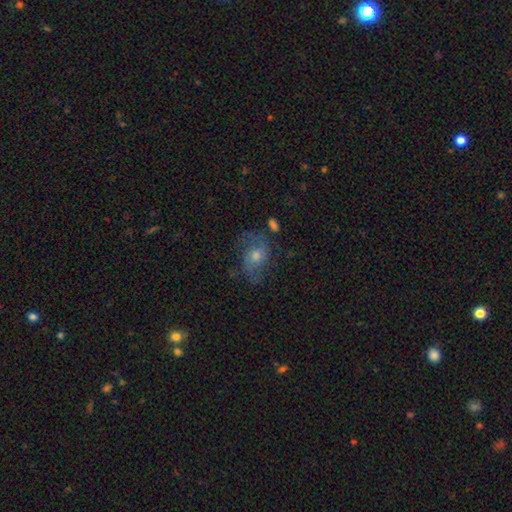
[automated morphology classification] A featured or disk galaxy (64%) with no bar (65%), 2 (83%) loose (45%) spiral arms (86%) and a moderate central bulge (57%).

Vote fractions:
- Smooth or featured? featured or disk: 64% / smooth: 22% / star or artifact: 14%
- Edge-on disk? no: 96% / yes: 4%
- Bar? no: 65% / weak: 29% / strong: 6%
- Spiral arms? yes: 86% / no: 14%
- Spiral winding? loose: 45% / medium: 42% / tight: 13%
- Spiral arm count? 2: 83% / can't tell: 9% / 1: 3% / 3: 2% / 4: 1% / more than 4: 1%
- Bulge size? moderate: 57% / small: 30% / large: 8% / none: 3% / dominant: 2%
- Merging? none: 65% / minor disturbance: 19% / major disturbance: 13% / merger: 3%